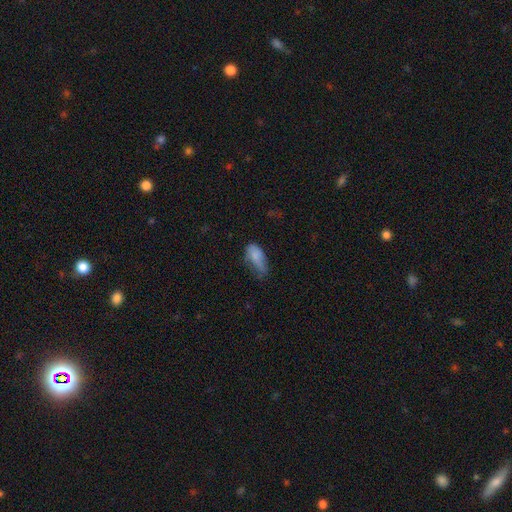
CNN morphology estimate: Smooth or featured? smooth (79%)
How rounded? in between (87%)
Merging? minor disturbance (41%)